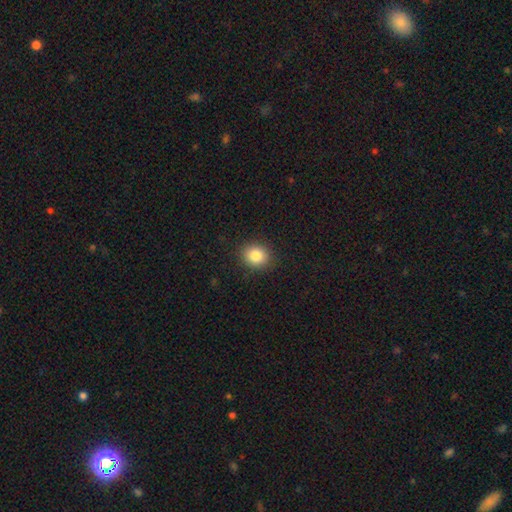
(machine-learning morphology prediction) This appears to be a smooth galaxy with no disk features (84%) that is round (73%). Merging: none (90%).